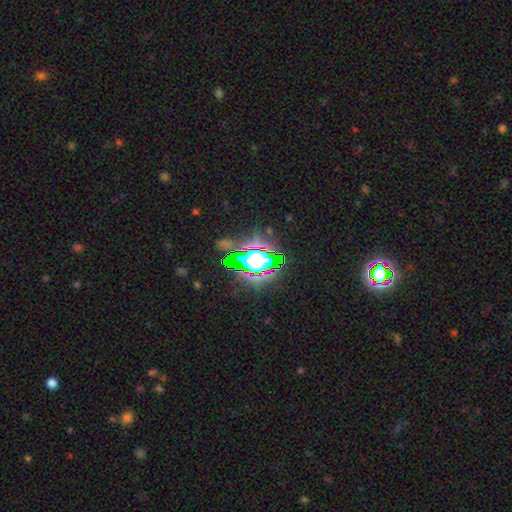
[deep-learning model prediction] A star or artifact, not a galaxy (73%).